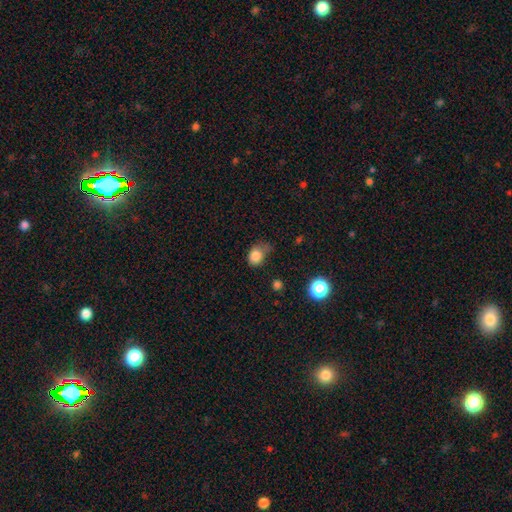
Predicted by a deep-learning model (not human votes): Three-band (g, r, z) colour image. It shows a smooth galaxy with no disk features (83%) that is round (57%). Merging: none (44%).